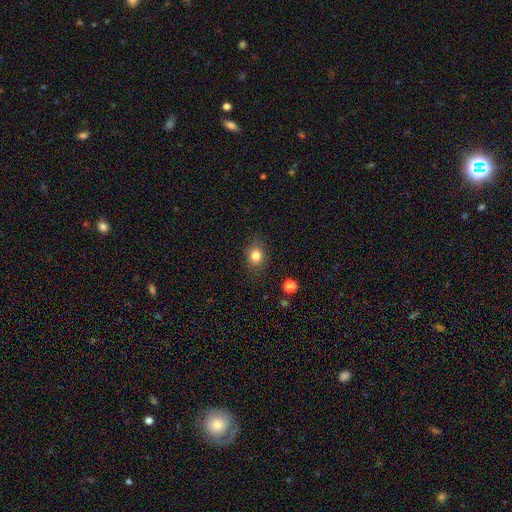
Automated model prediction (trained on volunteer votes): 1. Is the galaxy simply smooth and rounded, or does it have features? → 82% smooth, 12% star or artifact, 7% featured or disk.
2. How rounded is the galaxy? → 60% round, 39% in between, 1% cigar-shaped.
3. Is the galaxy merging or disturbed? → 82% none, 13% minor disturbance, 4% major disturbance, 1% merger.